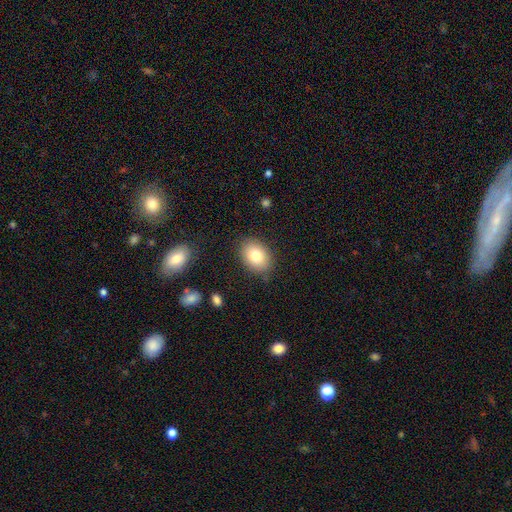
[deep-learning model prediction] Smooth or featured: smooth — 80% (featured or disk — 11%)
How rounded: in between — 73% (round — 26%)
Merging: none — 85% (minor disturbance — 11%)